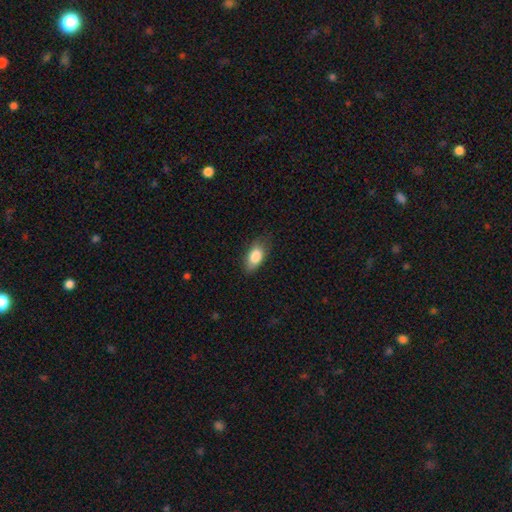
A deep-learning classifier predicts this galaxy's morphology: Smooth or featured: smooth — 84% (featured or disk — 10%)
How rounded: in between — 89% (cigar-shaped — 6%)
Merging: none — 75% (minor disturbance — 20%)